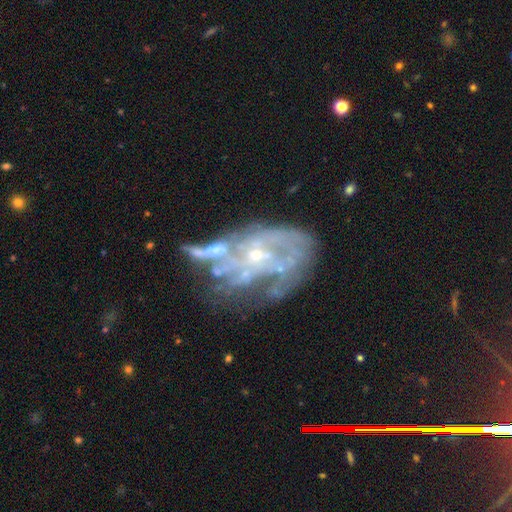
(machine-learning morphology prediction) smooth_or_featured: featured or disk (p=0.76) [alt: star or artifact p=0.12]
disk_edge_on: no (p=0.96) [alt: yes p=0.04]
bar: no (p=0.76) [alt: weak p=0.18]
has_spiral_arms: yes (p=0.58) [alt: no p=0.42]
bulge_size: small (p=0.72) [alt: moderate p=0.18]
merging: none (p=0.31) [alt: major disturbance p=0.27]